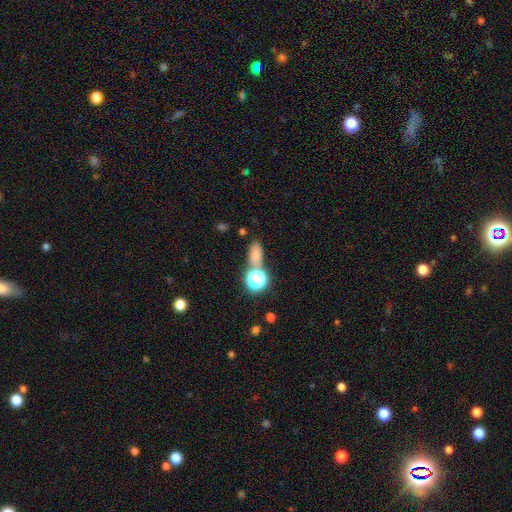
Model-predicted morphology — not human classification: This is likely a smooth galaxy (71%). How rounded: likely in between (73%). Merging: likely none (61%).